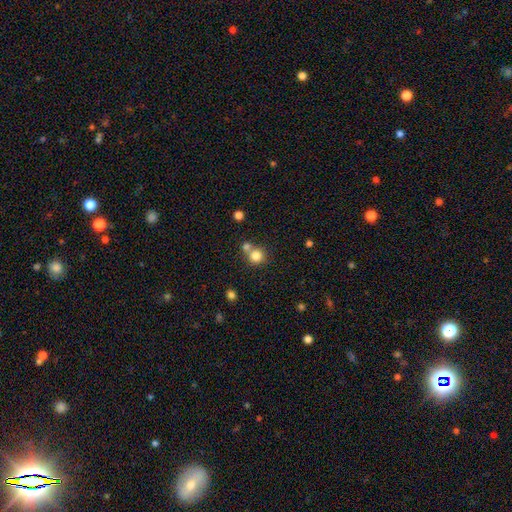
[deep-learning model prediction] smooth-or-featured: smooth: 80% | star or artifact: 12% | featured or disk: 8%
  how-rounded: round: 90% | in between: 9% | cigar-shaped: 1%
  merging: none: 53% | merger: 36% | minor disturbance: 7% | major disturbance: 3%